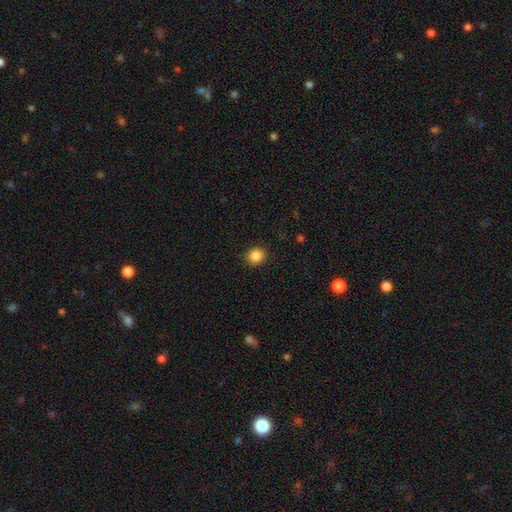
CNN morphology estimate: smooth_or_featured: smooth (p=0.87) [alt: star or artifact p=0.10]
how_rounded: round (p=0.75) [alt: in between p=0.24]
merging: none (p=0.91) [alt: minor disturbance p=0.06]